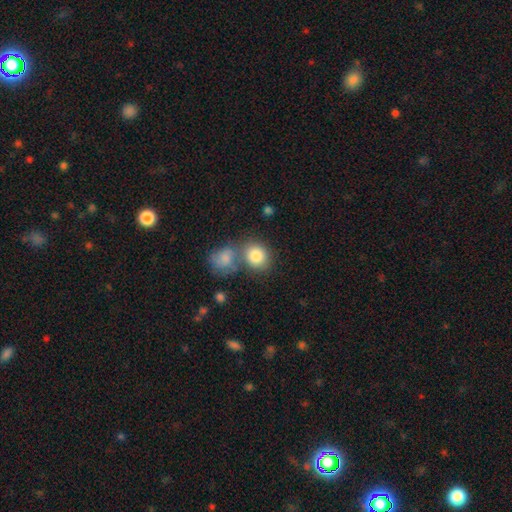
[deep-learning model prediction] smooth 84%, star or artifact 8%, featured or disk 8%. Down the decision tree: how rounded — round (72%); merging — none (51%).